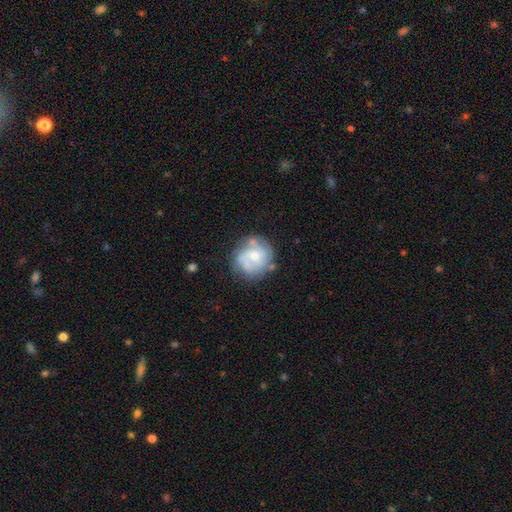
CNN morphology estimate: featured or disk 62%, smooth 31%, star or artifact 7%. Down the decision tree: edge-on disk — no (98%); bar — no (74%); spiral arms — yes (73%); bulge size — moderate (48%); merging — none (62%).